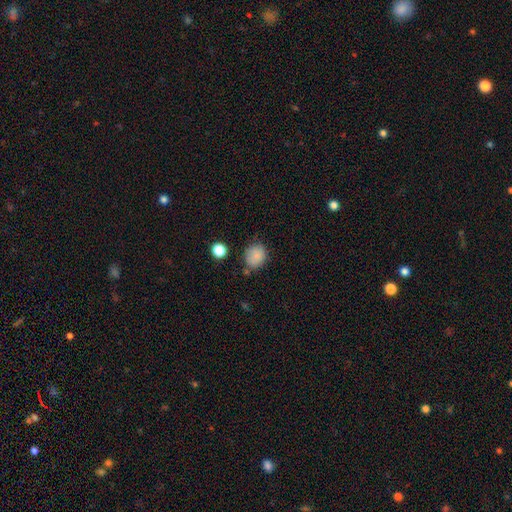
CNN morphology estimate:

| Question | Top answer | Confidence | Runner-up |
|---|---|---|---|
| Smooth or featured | smooth | 83% | star or artifact (10%) |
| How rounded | round | 69% | in between (30%) |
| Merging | none | 68% | minor disturbance (21%) |